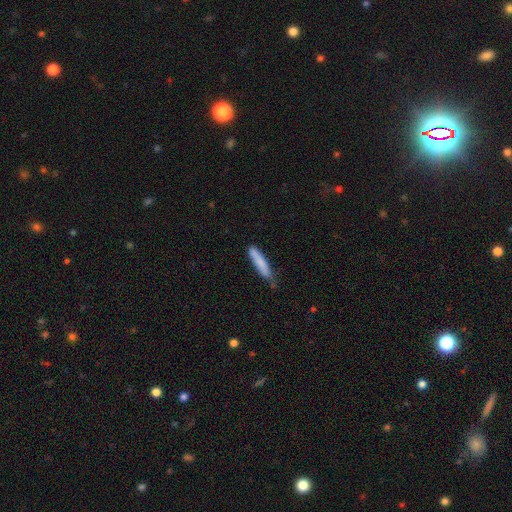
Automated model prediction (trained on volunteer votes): smooth 77%, featured or disk 17%, star or artifact 6%. Down the decision tree: how rounded — cigar-shaped (89%); merging — none (68%).